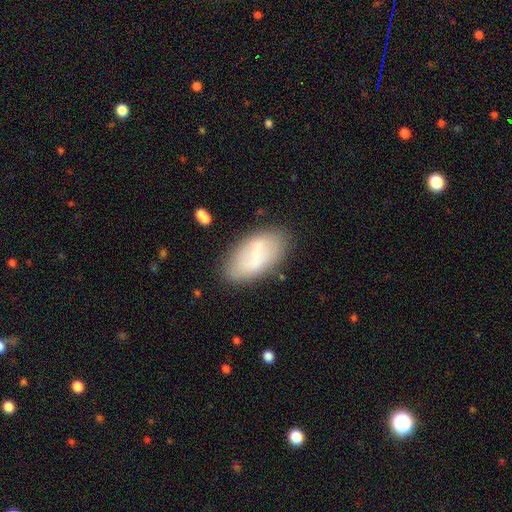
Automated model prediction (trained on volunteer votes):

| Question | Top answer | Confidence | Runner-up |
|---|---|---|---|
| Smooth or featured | smooth | 61% | featured or disk (31%) |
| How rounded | in between | 92% | cigar-shaped (4%) |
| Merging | none | 73% | minor disturbance (18%) |